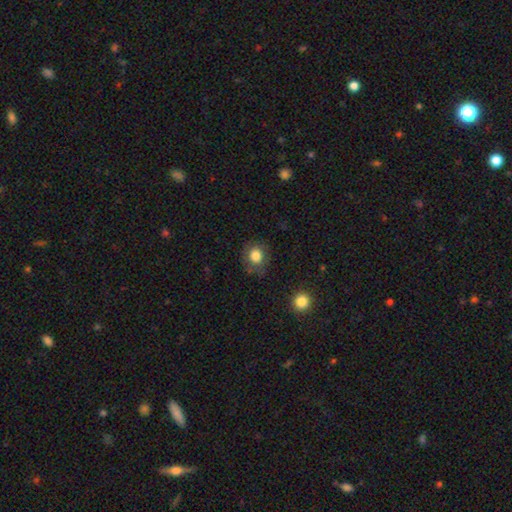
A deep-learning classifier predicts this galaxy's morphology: A smooth galaxy with no disk features (78%) that is round (75%).

Vote fractions:
- Smooth or featured? smooth: 78% / featured or disk: 13% / star or artifact: 9%
- How rounded? round: 75% / in between: 24% / cigar-shaped: 1%
- Merging? none: 73% / minor disturbance: 18% / major disturbance: 7% / merger: 2%